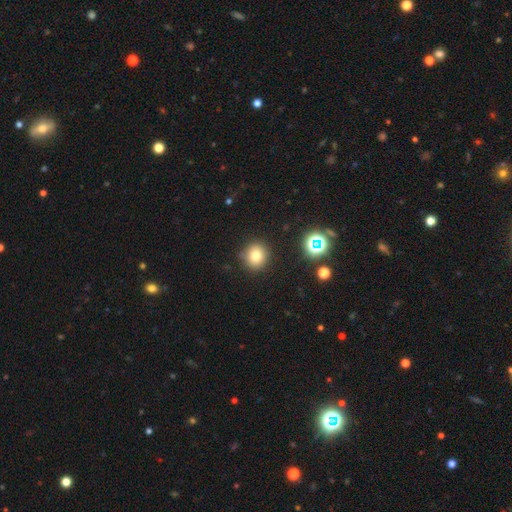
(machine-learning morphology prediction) This is likely a smooth galaxy (78%). How rounded: clearly round (86%). Merging: clearly none (87%).